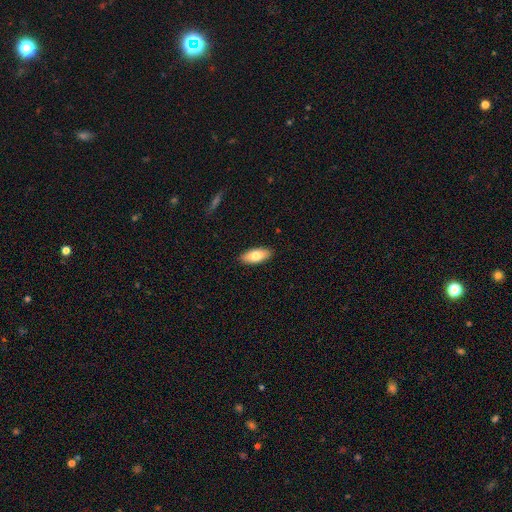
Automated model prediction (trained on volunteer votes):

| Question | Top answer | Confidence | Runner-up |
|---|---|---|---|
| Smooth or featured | smooth | 75% | featured or disk (19%) |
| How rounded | in between | 85% | cigar-shaped (12%) |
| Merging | none | 90% | minor disturbance (7%) |